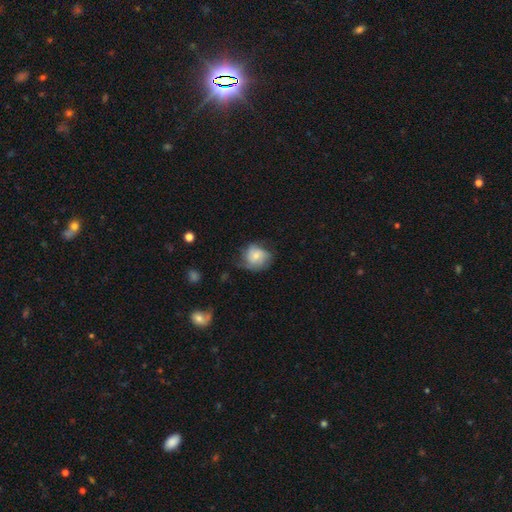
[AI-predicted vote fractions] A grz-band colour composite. It shows a smooth galaxy with no disk features (51%) that is round (73%). Merging: none (52%).